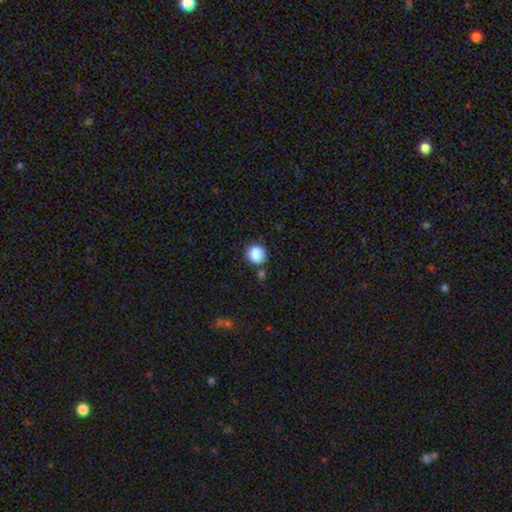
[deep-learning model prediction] Morphology: type=smooth (88%); roundness=round (86%); merging=none (75%).